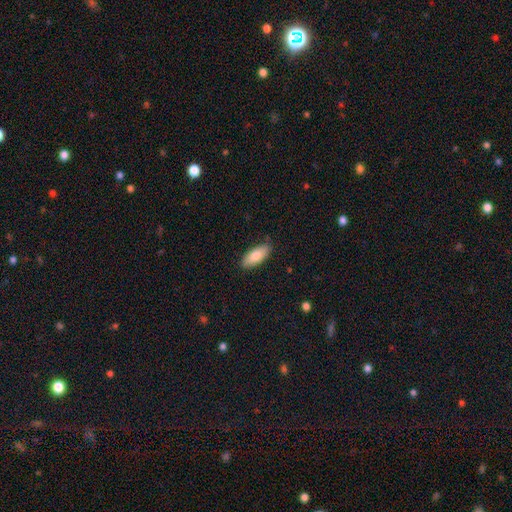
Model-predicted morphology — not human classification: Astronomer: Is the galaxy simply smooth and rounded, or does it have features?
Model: smooth — 80%.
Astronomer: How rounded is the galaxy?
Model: in between — 83%.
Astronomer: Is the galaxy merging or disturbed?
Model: none — 84%.